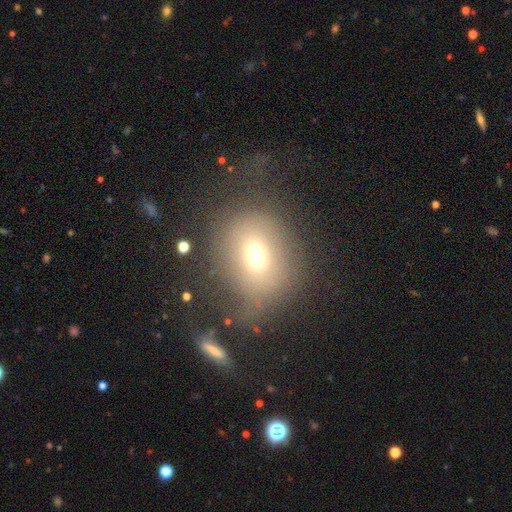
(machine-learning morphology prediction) type=smooth (63%); roundness=round (55%); merging=none (54%).